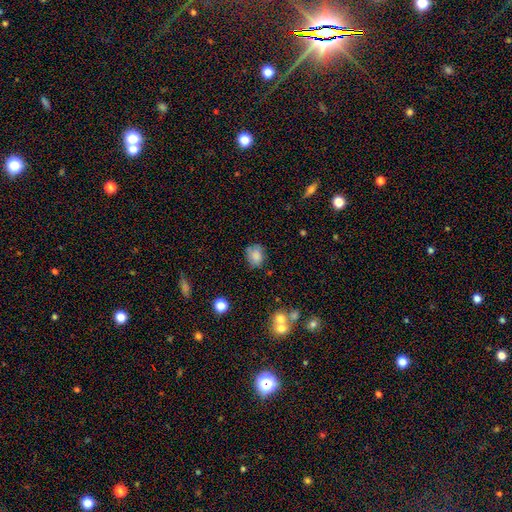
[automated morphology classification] Smooth or featured? smooth (79%)
How rounded? in between (52%)
Merging? none (64%)